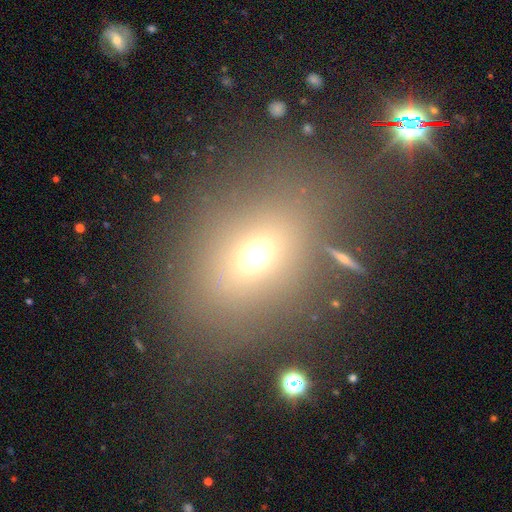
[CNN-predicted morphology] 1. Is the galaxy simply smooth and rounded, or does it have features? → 62% smooth, 24% star or artifact, 14% featured or disk.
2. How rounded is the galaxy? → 55% in between, 43% round, 2% cigar-shaped.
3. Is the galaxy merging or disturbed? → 71% none, 12% minor disturbance, 10% major disturbance, 7% merger.